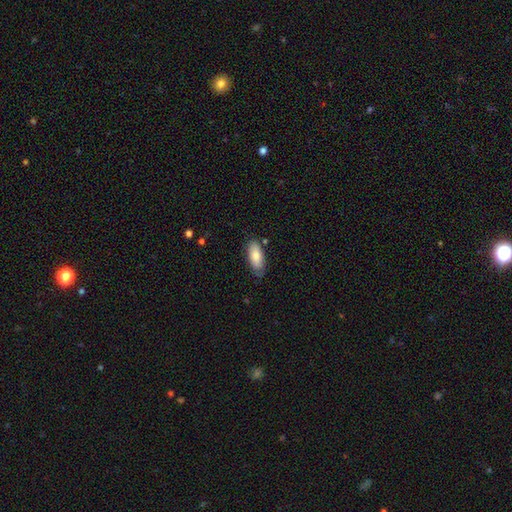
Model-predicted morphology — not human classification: Smooth or featured? Predicted: smooth (p=0.76). How rounded? Predicted: in between (p=0.84). Merging? Predicted: none (p=0.71).